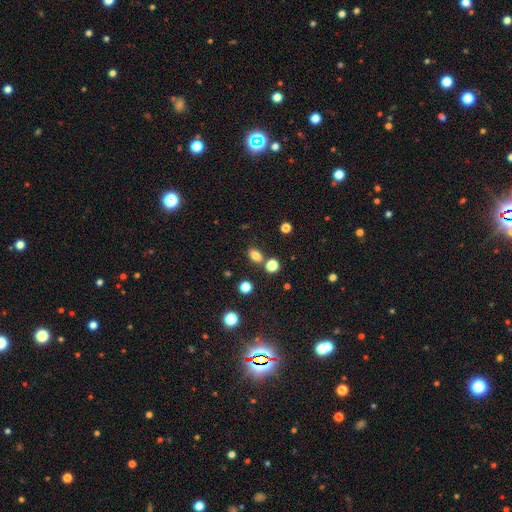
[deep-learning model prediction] A smooth galaxy with no disk features (79%) that is in between round and cigar-shaped (75%).

Vote fractions:
- Smooth or featured? smooth: 79% / star or artifact: 14% / featured or disk: 7%
- How rounded? in between: 75% / round: 23% / cigar-shaped: 2%
- Merging? none: 72% / merger: 14% / minor disturbance: 10% / major disturbance: 3%